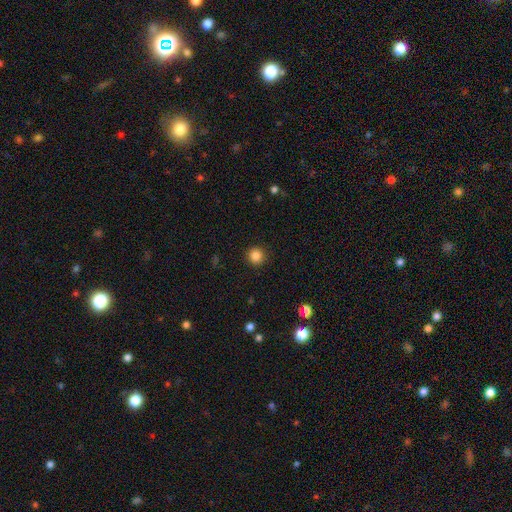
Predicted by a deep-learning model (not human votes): The model was most divided on "smooth or featured": smooth: 86%, star or artifact: 11%, featured or disk: 3%. More confident: how rounded — round (95%); merging — none (92%).